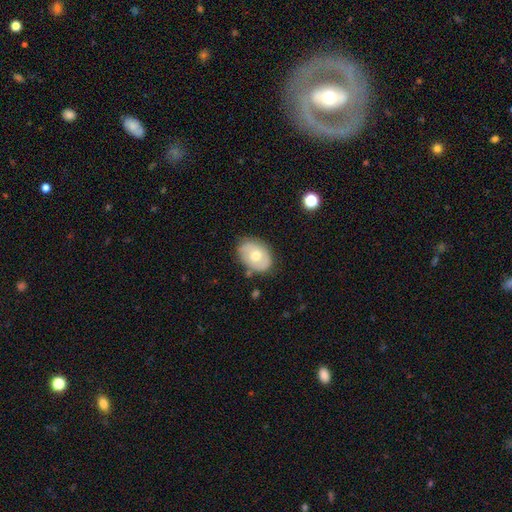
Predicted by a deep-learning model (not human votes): Smooth or featured?
  - smooth: 57% *
  - featured or disk: 36%
  - star or artifact: 7%
How rounded?
  - in between: 73% *
  - round: 26%
  - cigar-shaped: 1%
Merging?
  - none: 77% *
  - minor disturbance: 17%
  - major disturbance: 4%
  - merger: 3%